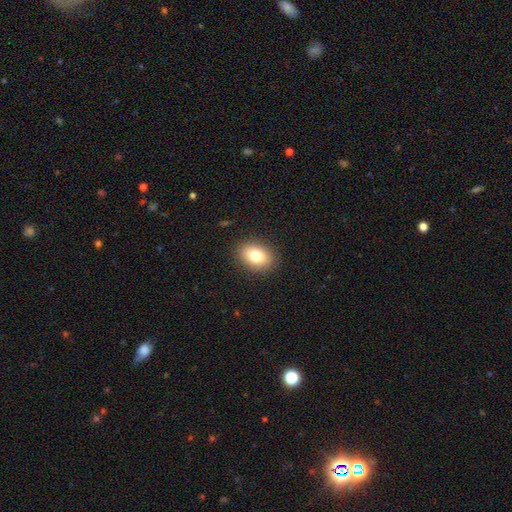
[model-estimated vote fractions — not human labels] Overall: smooth (79%). How rounded: in between (76%). Merging: none (89%).